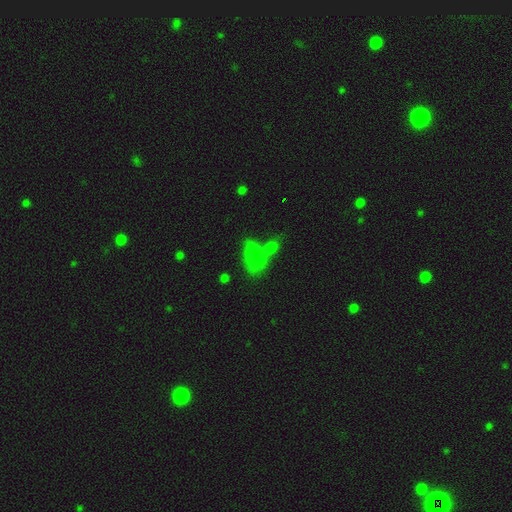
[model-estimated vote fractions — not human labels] smooth-or-featured: smooth: 72% | featured or disk: 15% | star or artifact: 13%
  how-rounded: in between: 84% | round: 8% | cigar-shaped: 8%
  merging: merger: 35% | none: 33% | minor disturbance: 18% | major disturbance: 14%